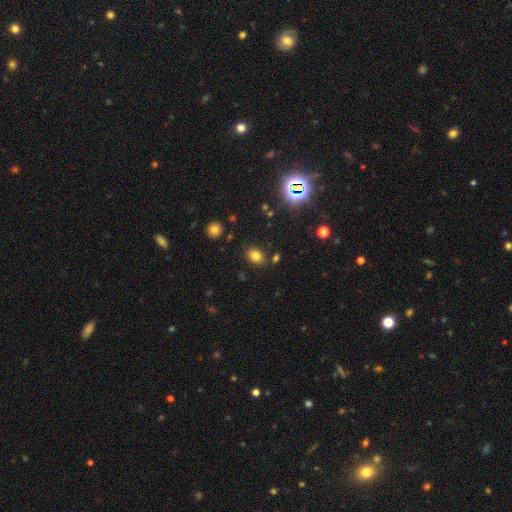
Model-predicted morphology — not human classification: smooth 77%, star or artifact 15%, featured or disk 8%. Down the decision tree: how rounded — in between (68%); merging — none (82%).